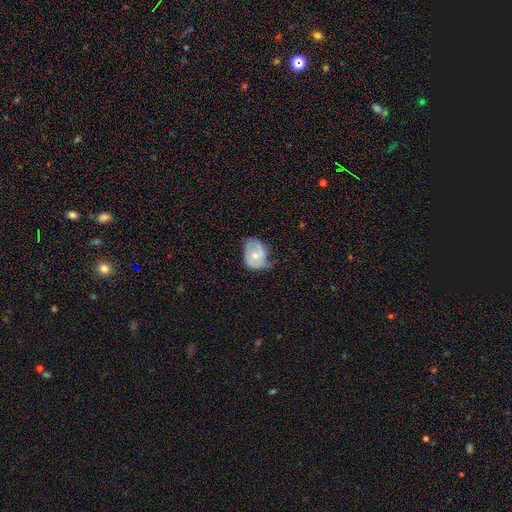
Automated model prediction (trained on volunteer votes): smooth_or_featured: featured or disk (p=0.54) [alt: smooth p=0.40]
disk_edge_on: no (p=0.96) [alt: yes p=0.04]
bar: no (p=0.65) [alt: weak p=0.29]
has_spiral_arms: yes (p=0.72) [alt: no p=0.28]
bulge_size: small (p=0.47) [tied with: moderate p=0.47]
merging: none (p=0.44) [alt: minor disturbance p=0.39]